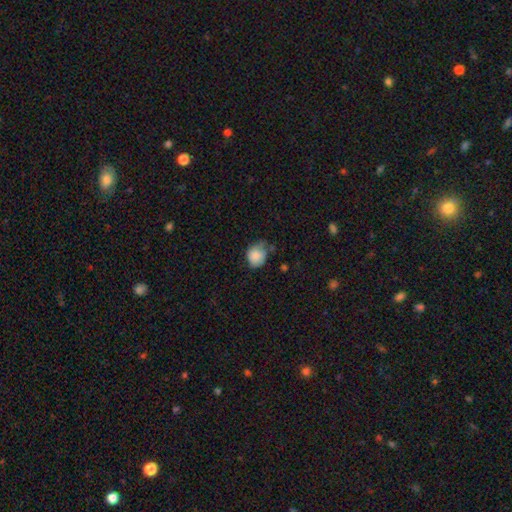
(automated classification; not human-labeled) Morphology: type=smooth (83%); roundness=round (71%); merging=none (46%).